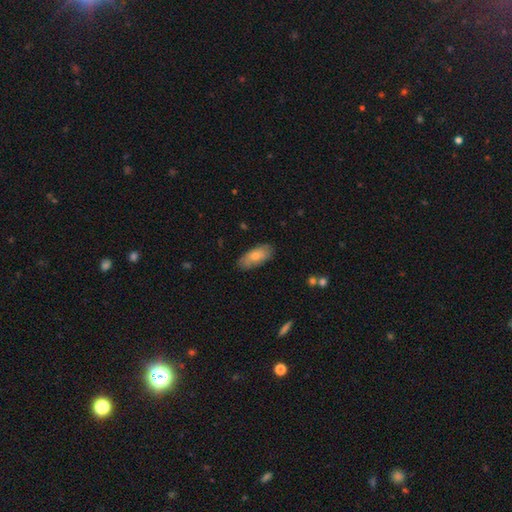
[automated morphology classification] A smooth galaxy with no disk features (77%) that is in between round and cigar-shaped (87%). Merging: none (81%).